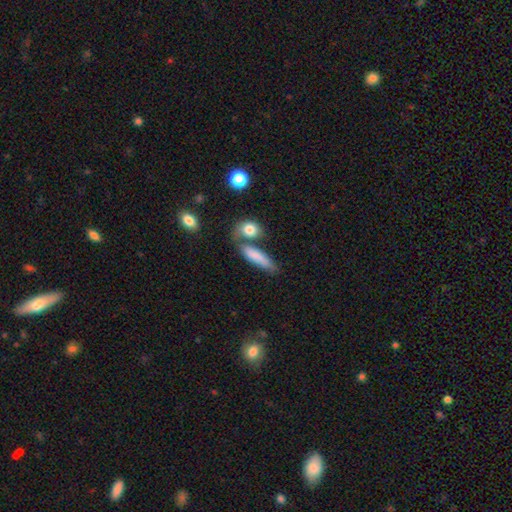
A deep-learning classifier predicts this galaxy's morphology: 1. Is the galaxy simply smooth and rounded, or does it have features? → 78% smooth, 15% featured or disk, 7% star or artifact.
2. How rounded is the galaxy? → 53% cigar-shaped, 40% in between, 7% round.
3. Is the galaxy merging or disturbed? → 49% none, 27% merger, 16% minor disturbance, 7% major disturbance.